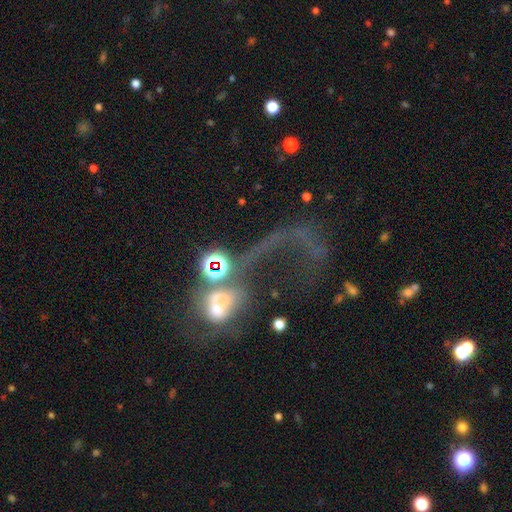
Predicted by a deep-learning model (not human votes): Smooth or featured? Predicted: featured or disk (p=0.47). Merging? Predicted: major disturbance (p=0.41).